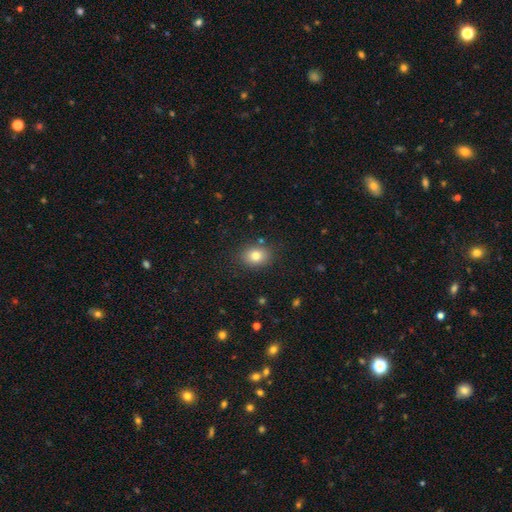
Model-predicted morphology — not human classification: This appears to be a smooth galaxy with no disk features (80%) that is round (52%). Merging: none (85%).